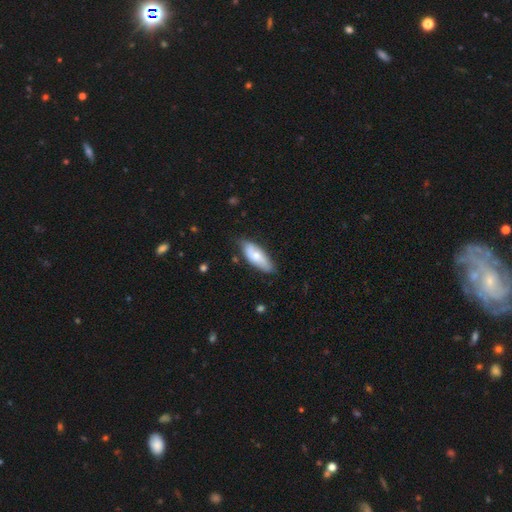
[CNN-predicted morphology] smooth 66%, featured or disk 28%, star or artifact 6%. Down the decision tree: how rounded — in between (76%); merging — none (74%).